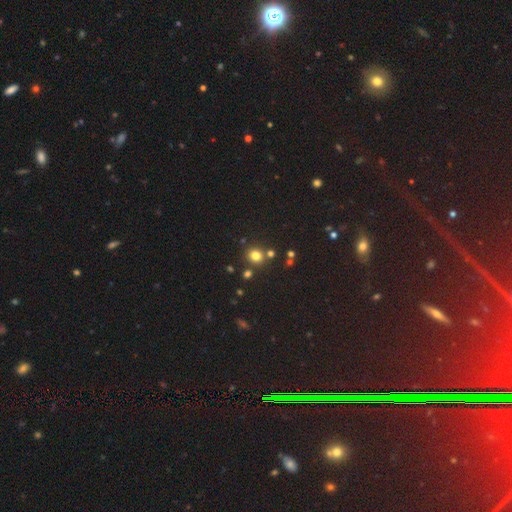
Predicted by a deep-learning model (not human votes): The model was most divided on "smooth or featured": smooth: 75%, star or artifact: 18%, featured or disk: 6%. More confident: how rounded — round (84%); merging — none (78%).